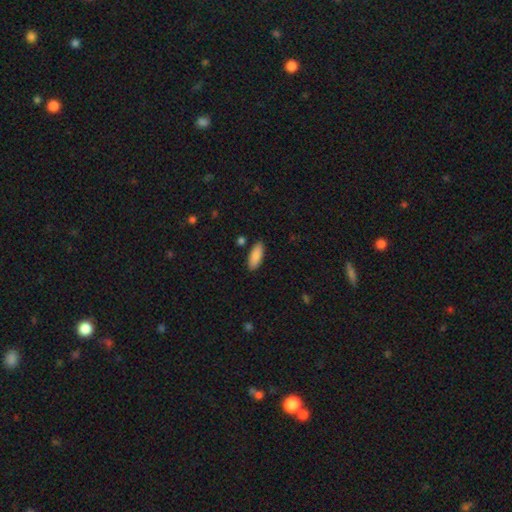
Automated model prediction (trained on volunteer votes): smooth_or_featured: smooth (p=0.89) [alt: star or artifact p=0.06]
how_rounded: in between (p=0.79) [alt: cigar-shaped p=0.19]
merging: none (p=0.87) [alt: minor disturbance p=0.09]